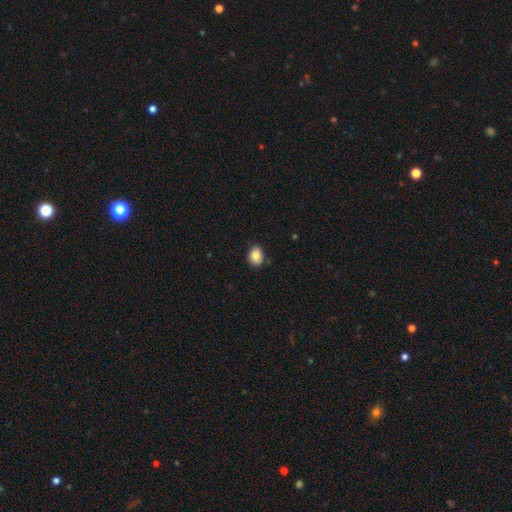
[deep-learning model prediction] smooth-or-featured: smooth: 85% | star or artifact: 9% | featured or disk: 6%
  how-rounded: in between: 61% | round: 38% | cigar-shaped: 1%
  merging: none: 83% | minor disturbance: 13% | major disturbance: 2% | merger: 2%